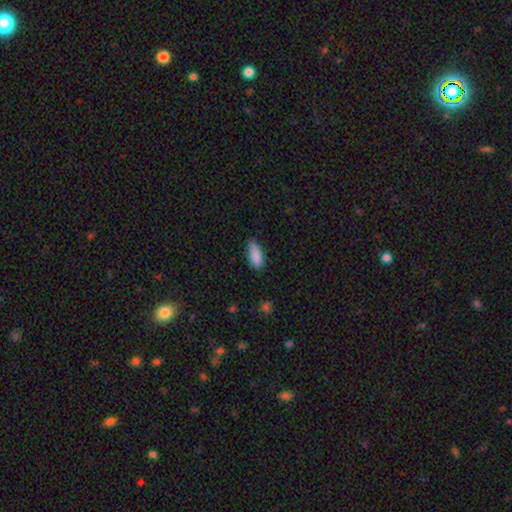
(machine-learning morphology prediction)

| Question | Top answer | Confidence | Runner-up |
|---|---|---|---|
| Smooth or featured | smooth | 88% | star or artifact (7%) |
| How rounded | in between | 73% | cigar-shaped (25%) |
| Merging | none | 72% | minor disturbance (23%) |